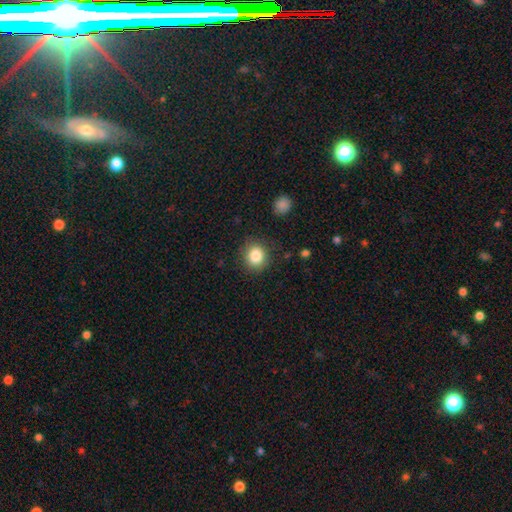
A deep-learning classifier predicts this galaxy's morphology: type=smooth (84%); roundness=round (79%); merging=none (85%).